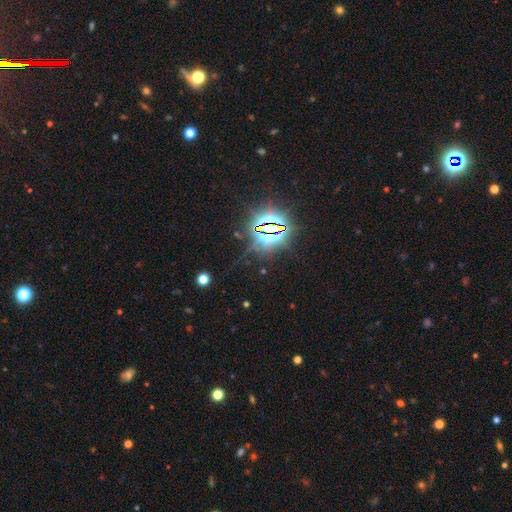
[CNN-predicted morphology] A star or artifact, not a galaxy (85%).

Vote fractions:
- Smooth or featured? star or artifact: 85% / smooth: 8% / featured or disk: 6%